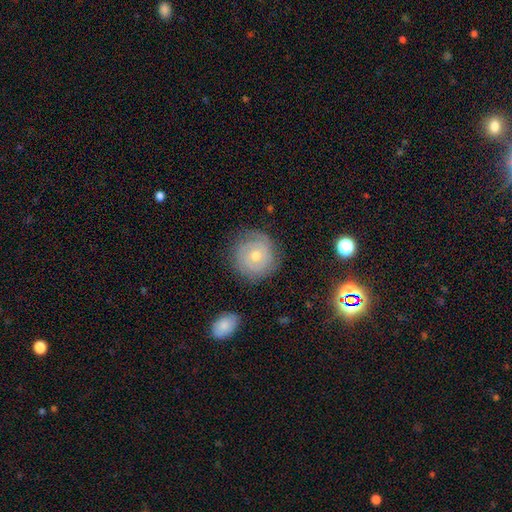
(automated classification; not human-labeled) Overall: featured or disk (70%). Edge-on disk: no (97%). Bar: no (79%). Spiral arms: yes (89%). Spiral arm count: 2 (39%; can't tell 34%). Spiral winding: tight (78%). Bulge size: moderate (50%; small 46%). Merging: none (80%).